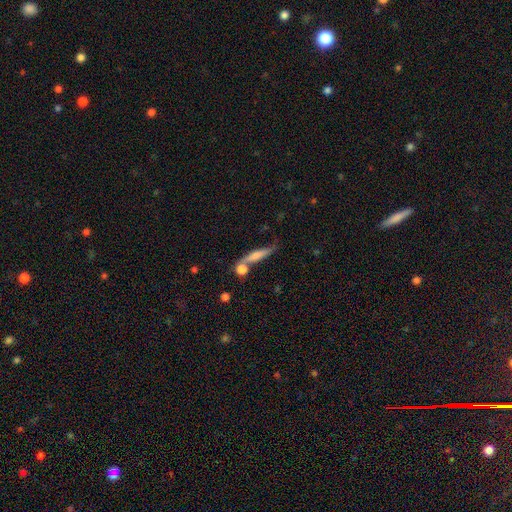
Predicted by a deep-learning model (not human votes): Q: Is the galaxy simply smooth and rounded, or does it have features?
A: smooth — 60%.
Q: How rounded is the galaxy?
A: cigar-shaped — 77%.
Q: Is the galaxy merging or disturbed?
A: none — 53%.